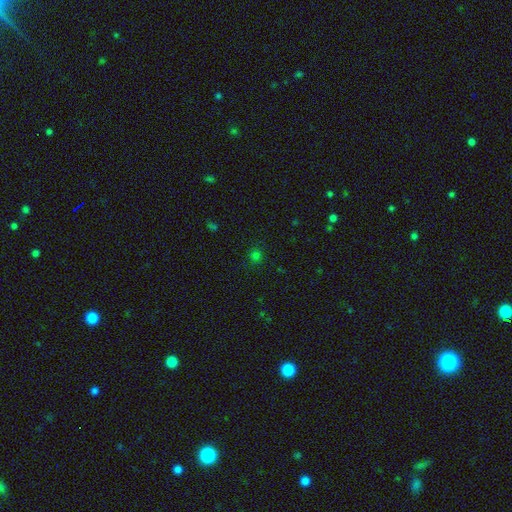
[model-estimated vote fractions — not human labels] Smooth or featured?
  - smooth: 72% *
  - star or artifact: 24%
  - featured or disk: 5%
How rounded?
  - round: 88% *
  - in between: 11%
  - cigar-shaped: 1%
Merging?
  - none: 86% *
  - minor disturbance: 9%
  - major disturbance: 3%
  - merger: 2%